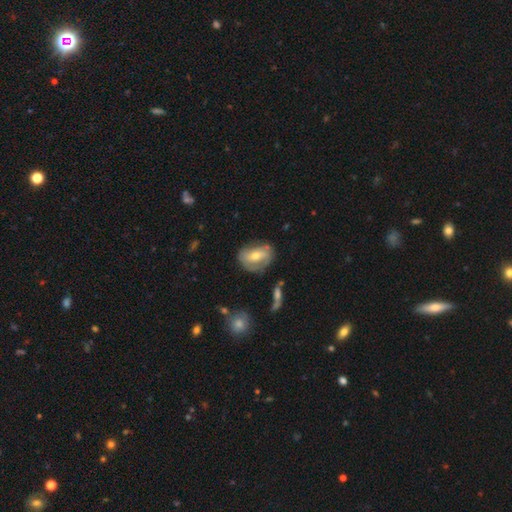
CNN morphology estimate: featured or disk 50%, smooth 43%, star or artifact 7%. Down the decision tree: merging — none (61%).